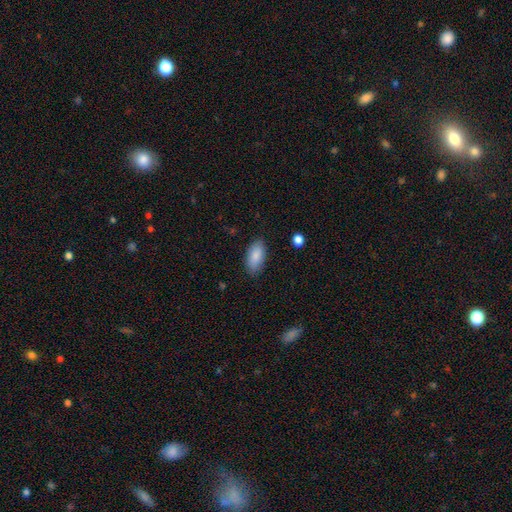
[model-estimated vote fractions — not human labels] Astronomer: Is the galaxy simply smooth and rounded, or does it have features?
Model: smooth — 87%.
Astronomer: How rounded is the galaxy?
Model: in between — 91%.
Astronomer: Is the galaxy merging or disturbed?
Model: none — 85%.